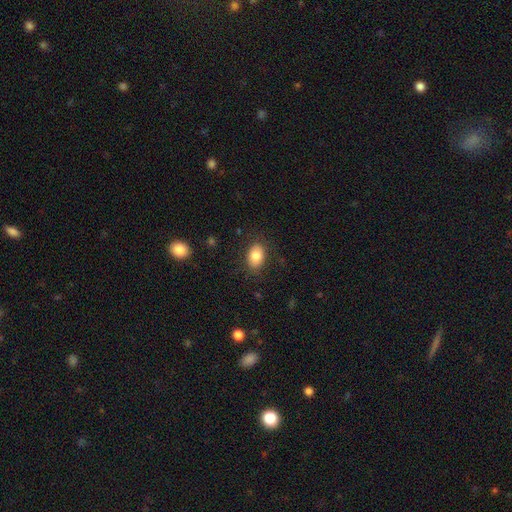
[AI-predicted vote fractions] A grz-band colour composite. It shows a smooth galaxy with no disk features (83%) that is in between round and cigar-shaped (81%). Merging: none (84%).